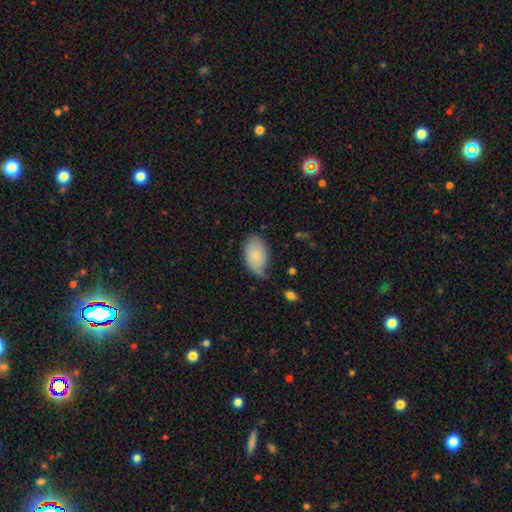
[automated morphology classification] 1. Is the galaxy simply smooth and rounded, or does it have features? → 70% smooth, 24% featured or disk, 6% star or artifact.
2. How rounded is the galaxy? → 91% in between, 7% round, 1% cigar-shaped.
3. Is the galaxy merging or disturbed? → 45% none, 39% minor disturbance, 13% major disturbance, 3% merger.